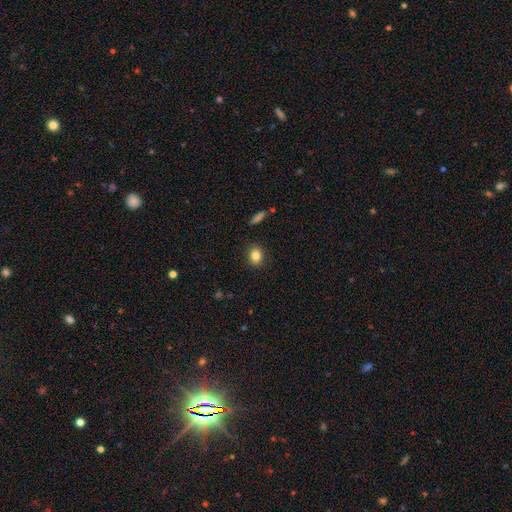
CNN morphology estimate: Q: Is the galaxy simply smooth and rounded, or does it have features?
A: smooth — 83%.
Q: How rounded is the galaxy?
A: in between — 51%.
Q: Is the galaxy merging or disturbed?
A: none — 88%.